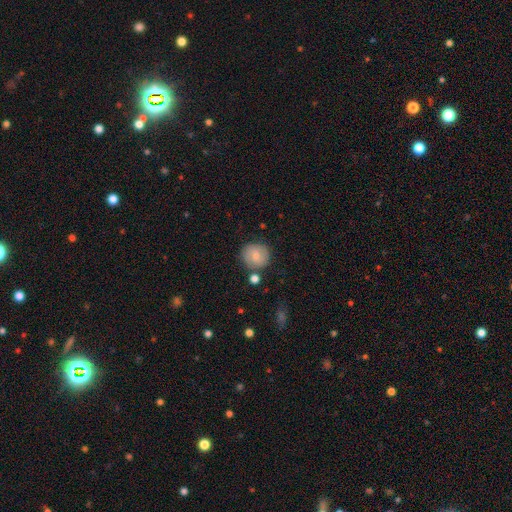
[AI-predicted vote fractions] smooth_or_featured: smooth (p=0.78) [alt: featured or disk p=0.15]
how_rounded: round (p=0.90) [alt: in between p=0.09]
merging: none (p=0.78) [alt: minor disturbance p=0.12]